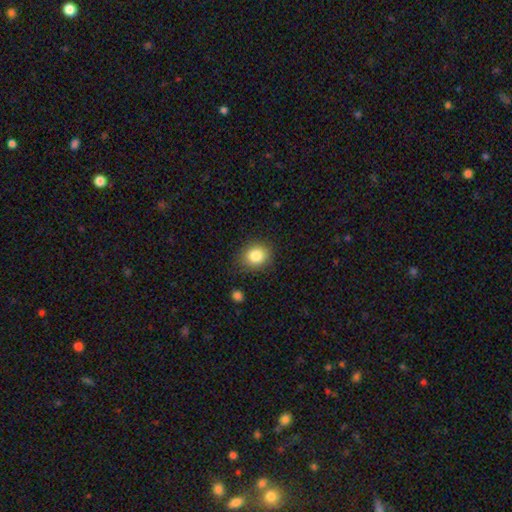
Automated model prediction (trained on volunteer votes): Smooth or featured? smooth (85%)
How rounded? round (68%)
Merging? none (83%)